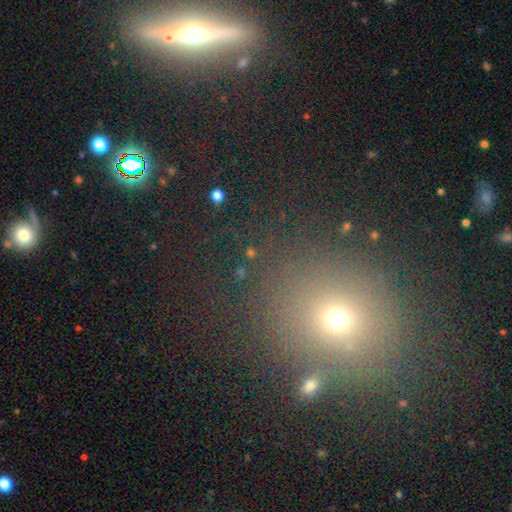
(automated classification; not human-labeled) A smooth galaxy with no disk features (51%) that is round (77%). Merging: none (80%).